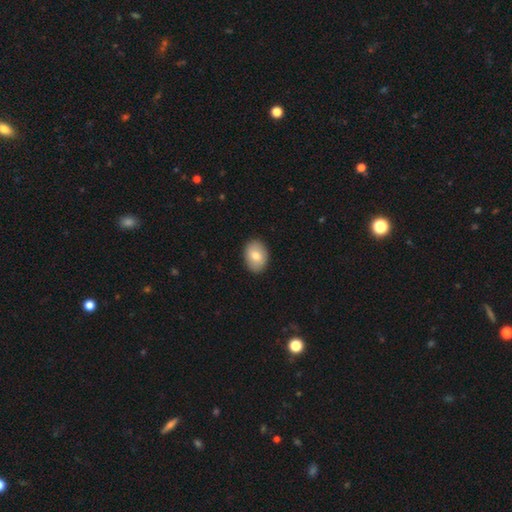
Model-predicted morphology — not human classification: This appears to be a smooth galaxy with no disk features (78%) that is in between round and cigar-shaped (74%). Merging: none (90%).